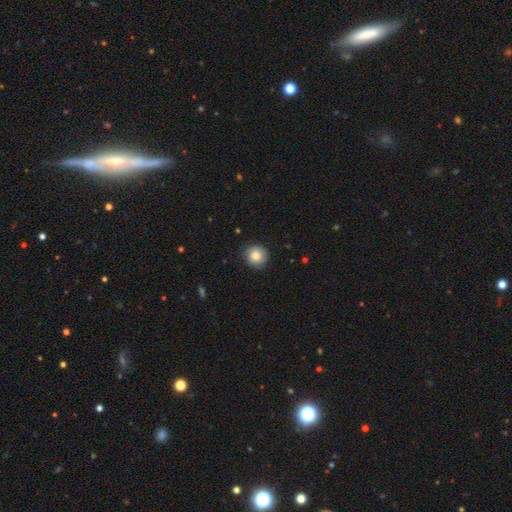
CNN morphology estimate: Smooth or featured? smooth (82%)
How rounded? round (91%)
Merging? none (81%)